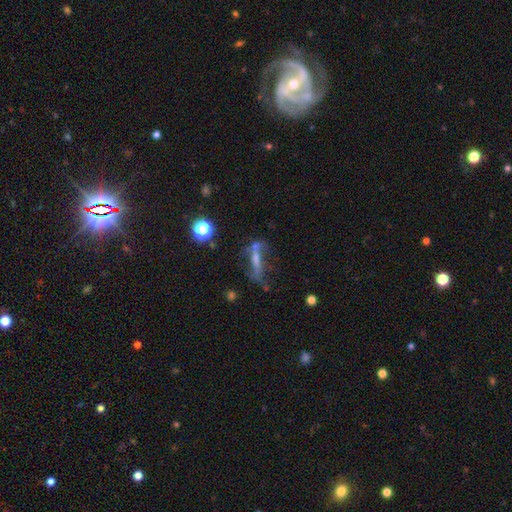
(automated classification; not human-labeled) smooth_or_featured: featured or disk (p=0.52) [alt: smooth p=0.27]
disk_edge_on: yes (p=0.52) [alt: no p=0.48]
merging: none (p=0.46) [alt: major disturbance p=0.22]